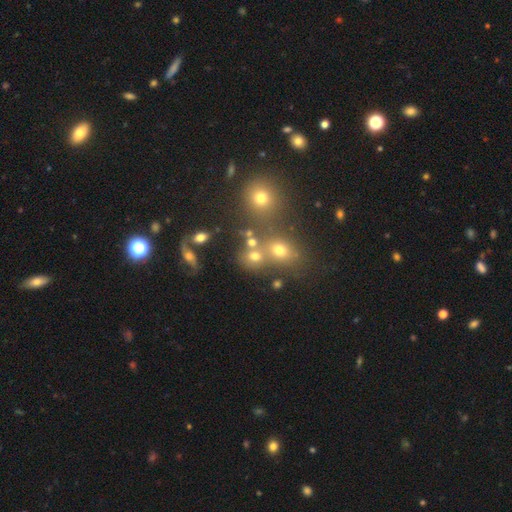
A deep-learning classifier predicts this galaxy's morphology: Smooth or featured? smooth (55%)
How rounded? round (65%)
Merging? none (51%)